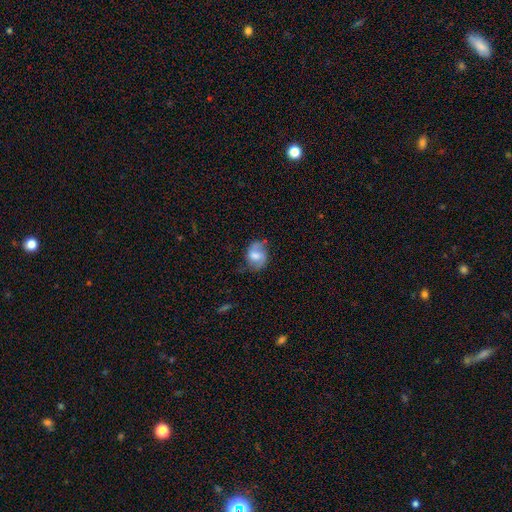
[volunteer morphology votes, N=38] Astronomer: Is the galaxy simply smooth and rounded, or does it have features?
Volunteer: featured or disk — 71%.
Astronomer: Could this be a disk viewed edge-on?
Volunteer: no — 100%.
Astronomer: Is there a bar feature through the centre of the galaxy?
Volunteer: weak — 37%, tied with no at 37%.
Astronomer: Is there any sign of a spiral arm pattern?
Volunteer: yes — 89%.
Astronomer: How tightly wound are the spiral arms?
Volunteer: medium — 50% (runner-up: loose, 33%).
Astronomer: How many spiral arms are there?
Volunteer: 2 — 92%.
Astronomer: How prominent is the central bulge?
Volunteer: moderate — 63%.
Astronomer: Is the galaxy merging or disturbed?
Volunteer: none — 69%.